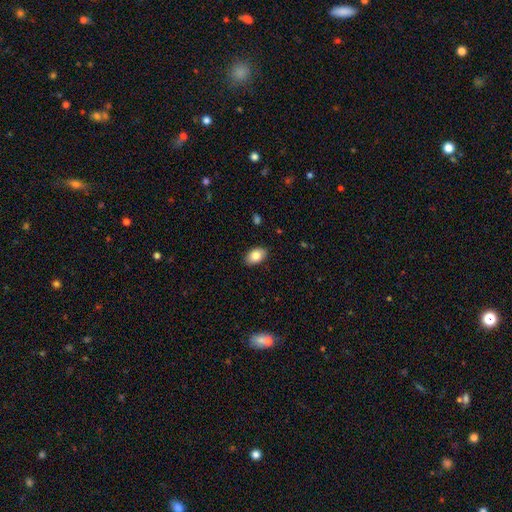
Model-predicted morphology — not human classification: Q: Smooth or featured?
A: smooth (86%); runner-up: star or artifact (7%)
Q: How rounded?
A: in between (91%); runner-up: round (8%)
Q: Merging?
A: none (87%); runner-up: minor disturbance (9%)